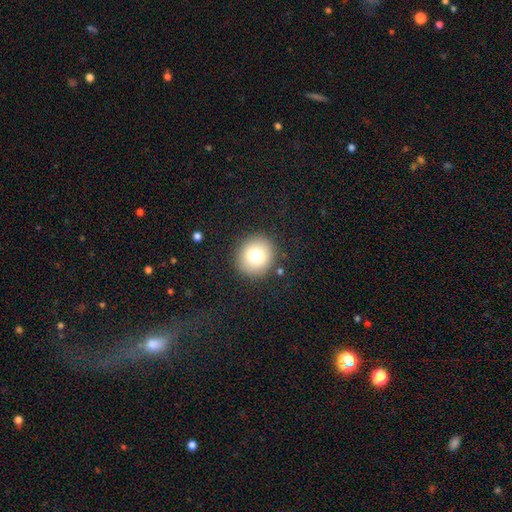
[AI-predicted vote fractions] Overall: smooth (76%). How rounded: round (88%). Merging: none (89%).